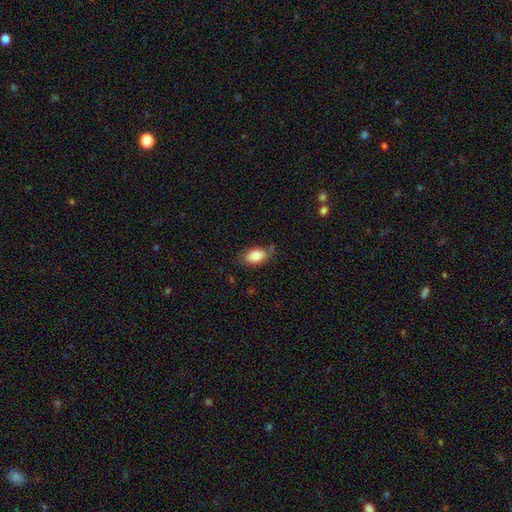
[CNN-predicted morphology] smooth 82%, featured or disk 11%, star or artifact 7%. Down the decision tree: how rounded — in between (90%); merging — none (69%).